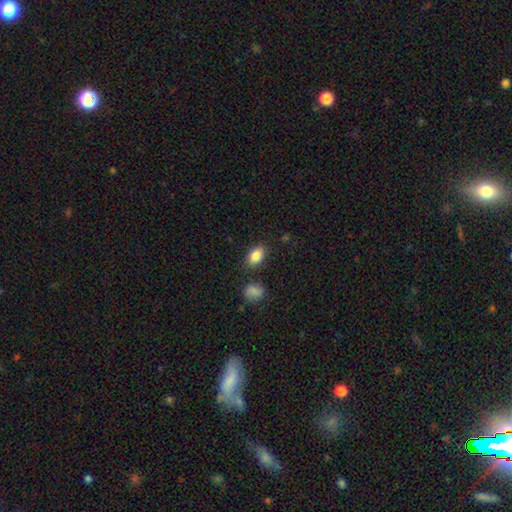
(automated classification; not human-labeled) Smooth or featured: smooth — 85% (star or artifact — 8%)
How rounded: in between — 86% (round — 13%)
Merging: none — 81% (minor disturbance — 11%)